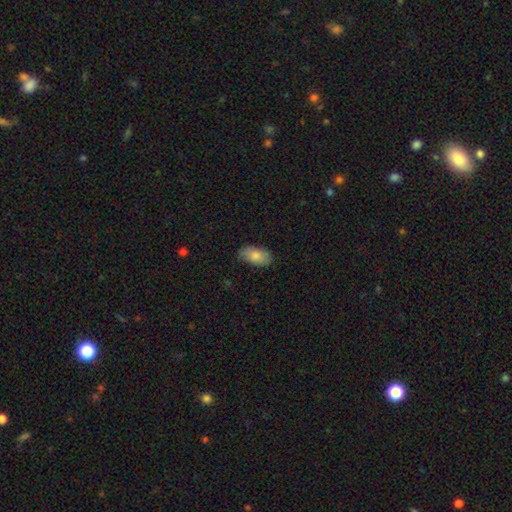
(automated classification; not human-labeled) A smooth galaxy with no disk features (83%) that is in between round and cigar-shaped (93%). Merging: none (76%).